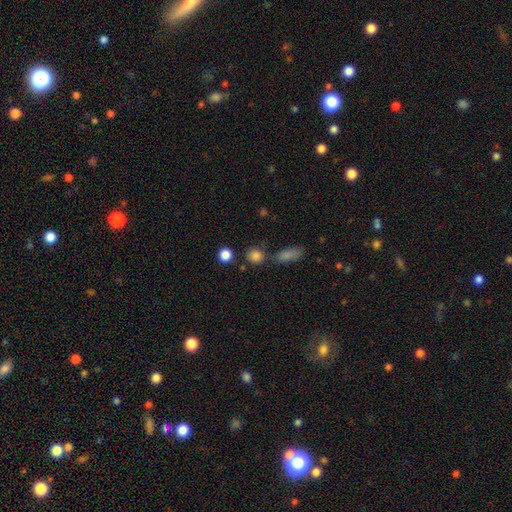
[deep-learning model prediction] Smooth or featured: smooth — 84% (star or artifact — 11%)
How rounded: round — 83% (in between — 15%)
Merging: none — 74% (merger — 12%)